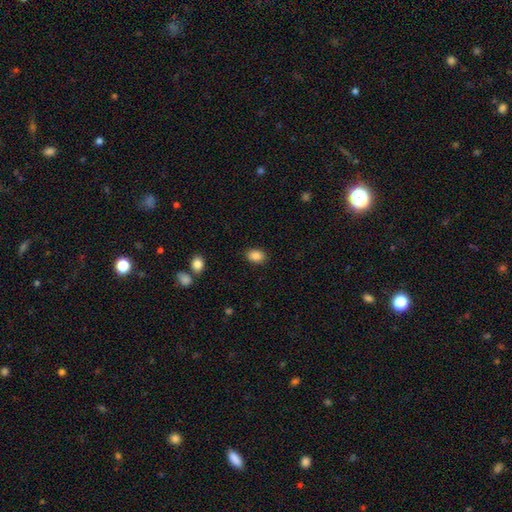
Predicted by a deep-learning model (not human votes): A smooth galaxy with no disk features (88%) that is in between round and cigar-shaped (75%).

Vote fractions:
- Smooth or featured? smooth: 88% / star or artifact: 9% / featured or disk: 4%
- How rounded? in between: 75% / round: 24% / cigar-shaped: 1%
- Merging? none: 87% / minor disturbance: 9% / major disturbance: 3% / merger: 1%